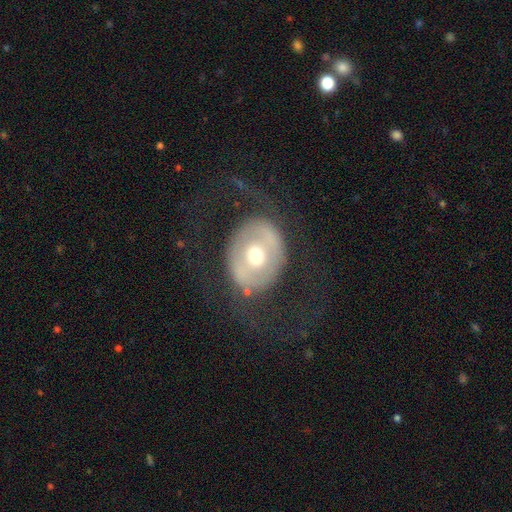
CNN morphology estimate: Smooth or featured?
  - featured or disk: 56% *
  - smooth: 37%
  - star or artifact: 7%
Edge-on disk?
  - no: 94% *
  - yes: 6%
Bar?
  - no: 61% *
  - weak: 22%
  - strong: 17%
Spiral arms?
  - no: 78% *
  - yes: 22%
Bulge size?
  - moderate: 73% *
  - large: 13%
  - small: 11%
  - dominant: 2%
  - none: 1%
Merging?
  - none: 64% *
  - major disturbance: 20%
  - minor disturbance: 14%
  - merger: 2%